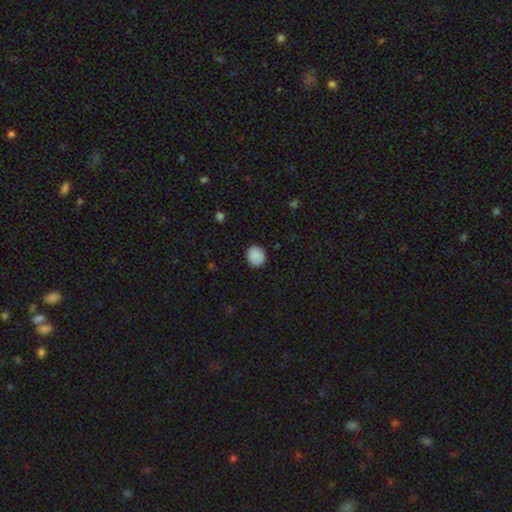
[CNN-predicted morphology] A smooth galaxy with no disk features (88%) that is round (77%). Merging: none (89%).